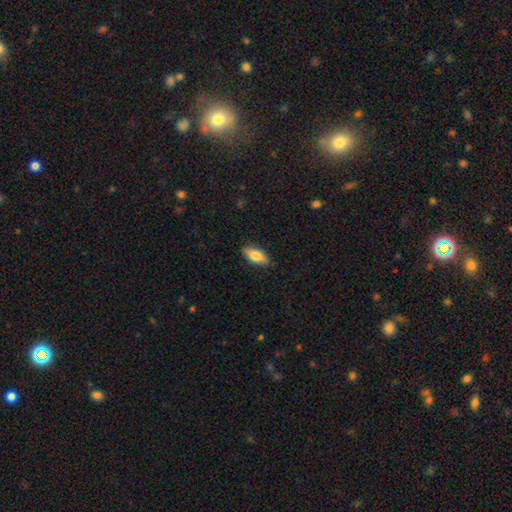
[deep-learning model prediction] A smooth galaxy with no disk features (79%) that is in between round and cigar-shaped (85%). Merging: none (87%).